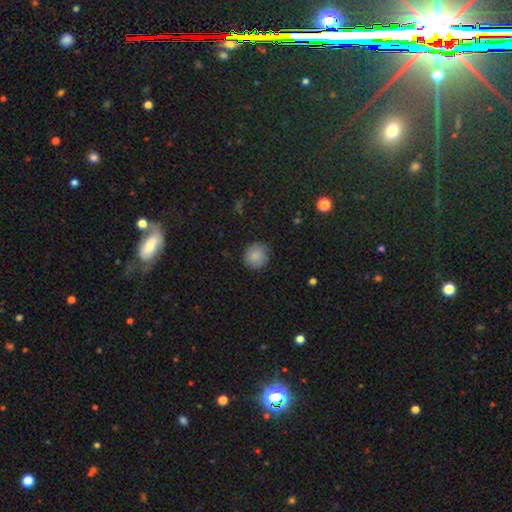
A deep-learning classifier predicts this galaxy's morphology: Q: Smooth or featured?
A: smooth (85%); runner-up: featured or disk (8%)
Q: How rounded?
A: round (86%); runner-up: in between (13%)
Q: Merging?
A: none (84%); runner-up: minor disturbance (12%)